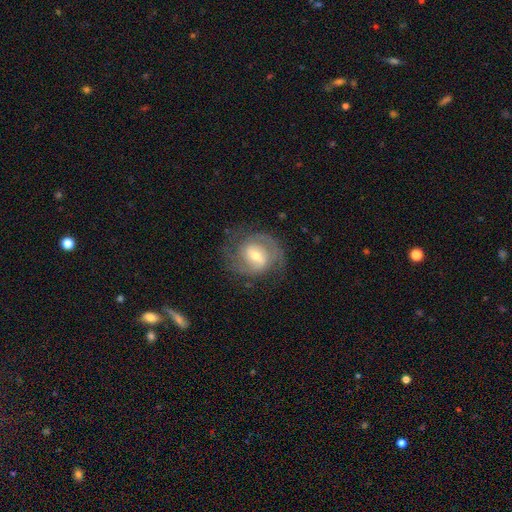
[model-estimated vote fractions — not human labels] Smooth or featured: featured or disk — 83% (smooth — 11%)
Edge-on disk: no — 97% (yes — 3%)
Bar: weak — 53% (strong — 25%)
Spiral arms: yes — 94% (no — 6%)
Spiral winding: medium — 46% (tight — 41%)
Spiral arm count: 2 — 78% (can't tell — 10%)
Bulge size: moderate — 54% (small — 39%)
Merging: none — 74% (minor disturbance — 16%)